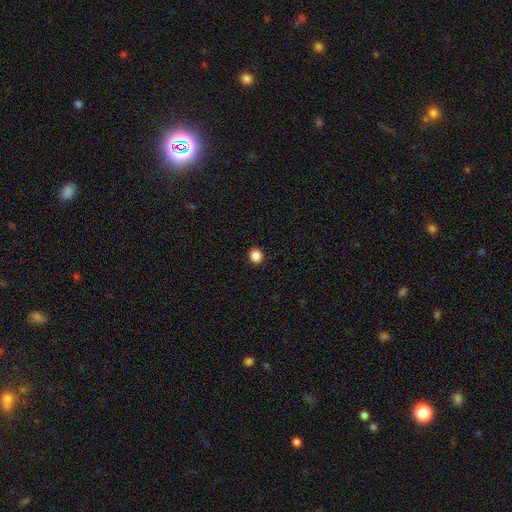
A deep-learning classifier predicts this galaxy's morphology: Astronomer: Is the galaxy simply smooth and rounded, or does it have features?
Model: smooth — 87%.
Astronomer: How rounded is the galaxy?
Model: round — 88%.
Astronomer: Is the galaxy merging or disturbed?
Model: none — 93%.